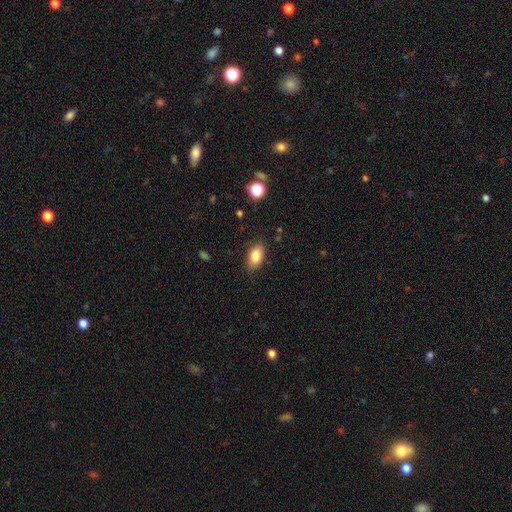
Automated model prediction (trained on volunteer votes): Q: Smooth or featured?
A: smooth (85%); runner-up: star or artifact (8%)
Q: How rounded?
A: in between (91%); runner-up: round (6%)
Q: Merging?
A: none (84%); runner-up: minor disturbance (12%)